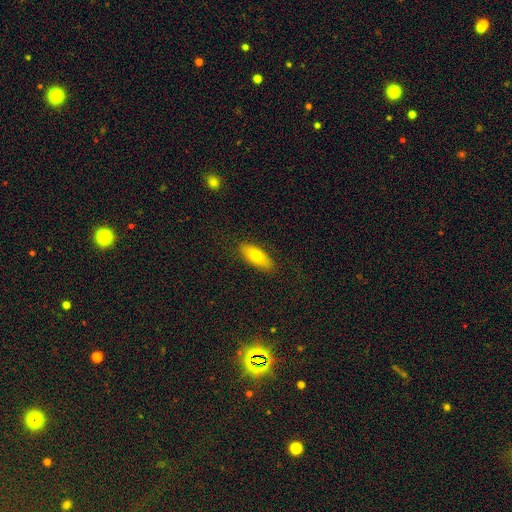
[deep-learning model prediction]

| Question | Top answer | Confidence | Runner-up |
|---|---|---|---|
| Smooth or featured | smooth | 74% | featured or disk (19%) |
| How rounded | in between | 75% | cigar-shaped (22%) |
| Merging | none | 86% | minor disturbance (10%) |